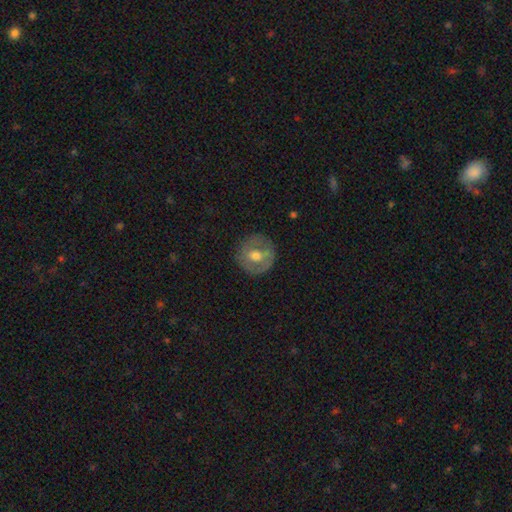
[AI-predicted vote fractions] featured or disk 49%, smooth 44%, star or artifact 7%. Down the decision tree: merging — none (82%).